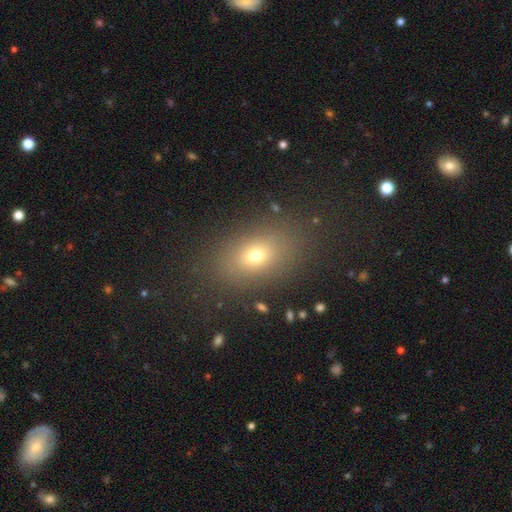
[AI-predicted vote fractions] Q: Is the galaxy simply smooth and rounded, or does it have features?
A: smooth — 70%.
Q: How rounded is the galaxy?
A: in between — 75%.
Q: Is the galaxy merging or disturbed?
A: none — 82%.